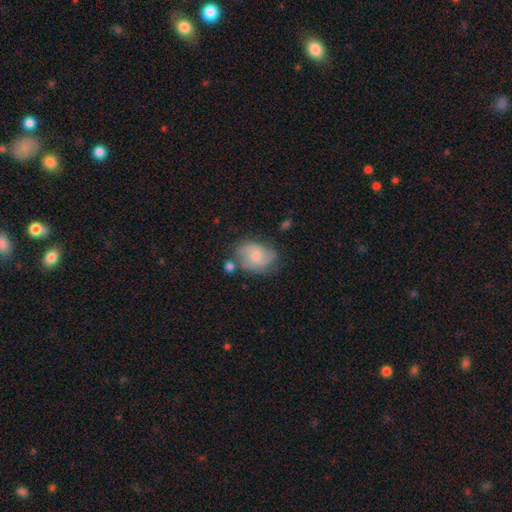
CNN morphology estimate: The model was most divided on "smooth or featured": featured or disk: 56%, smooth: 36%, star or artifact: 8%. More confident: edge-on disk — no (97%); spiral arms — yes (86%); bar — no (66%); bulge size — small (60%); merging — none (57%).